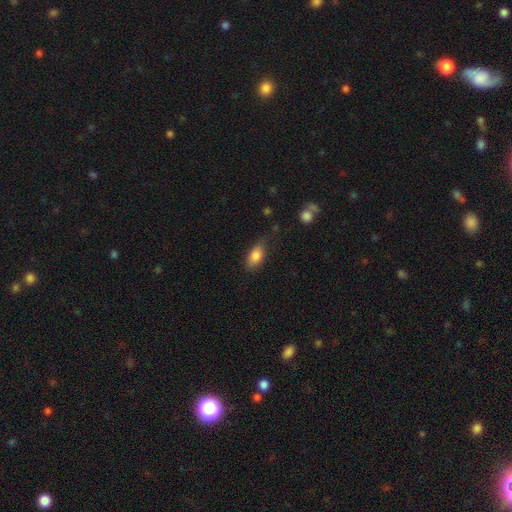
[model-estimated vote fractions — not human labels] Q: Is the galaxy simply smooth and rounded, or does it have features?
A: smooth — 83%.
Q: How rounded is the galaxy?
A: in between — 88%.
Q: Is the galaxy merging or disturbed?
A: none — 58%.